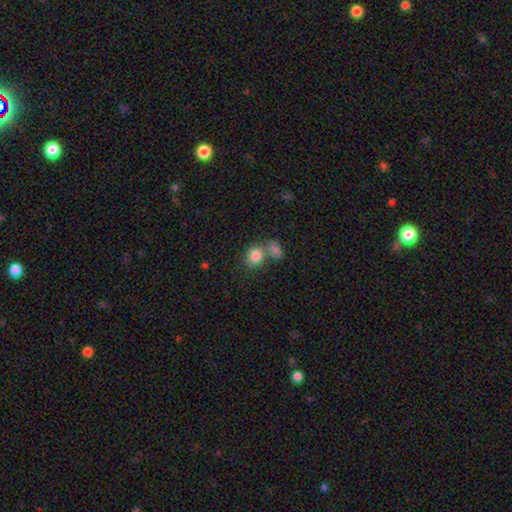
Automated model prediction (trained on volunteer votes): The model was most divided on "merging": none: 50%, merger: 35%, minor disturbance: 11%, major disturbance: 4%. More confident: smooth or featured — smooth (83%); how rounded — round (66%).